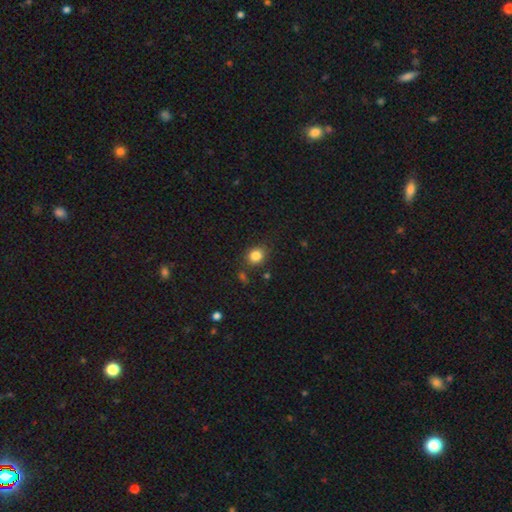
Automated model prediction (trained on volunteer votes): A smooth galaxy with no disk features (84%) that is round (65%).

Vote fractions:
- Smooth or featured? smooth: 84% / star or artifact: 11% / featured or disk: 5%
- How rounded? round: 65% / in between: 34% / cigar-shaped: 1%
- Merging? none: 81% / minor disturbance: 11% / merger: 4% / major disturbance: 3%